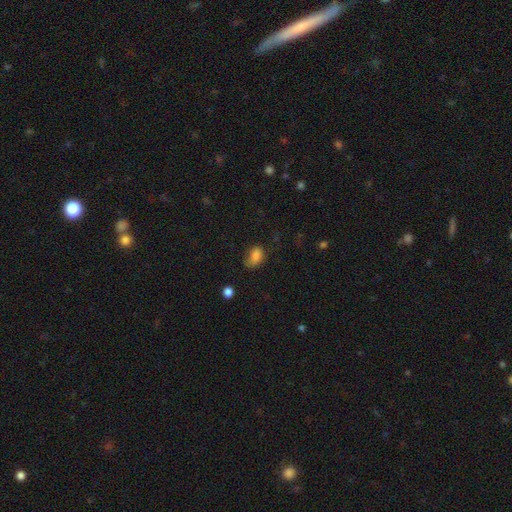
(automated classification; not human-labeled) smooth 83%, star or artifact 10%, featured or disk 7%. Down the decision tree: how rounded — in between (82%); merging — none (48%).